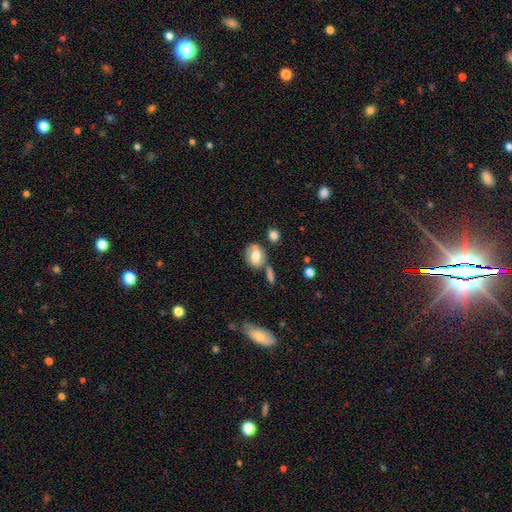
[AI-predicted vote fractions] Q: Smooth or featured?
A: smooth (53%); runner-up: featured or disk (38%)
Q: How rounded?
A: in between (60%); runner-up: round (38%)
Q: Merging?
A: none (58%); runner-up: minor disturbance (20%)